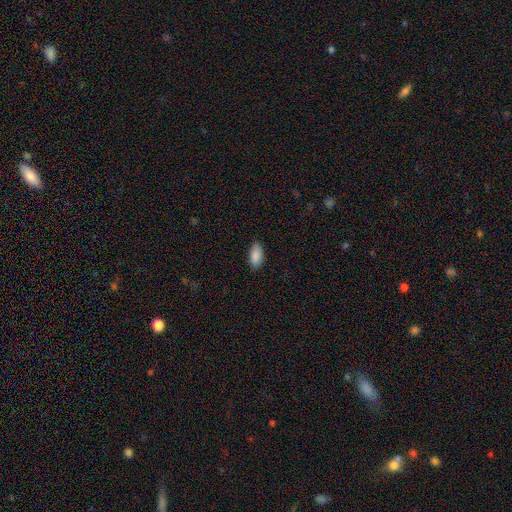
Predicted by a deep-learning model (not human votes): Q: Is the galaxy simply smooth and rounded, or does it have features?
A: smooth — 89%.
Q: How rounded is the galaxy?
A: in between — 90%.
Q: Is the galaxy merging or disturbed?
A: none — 86%.